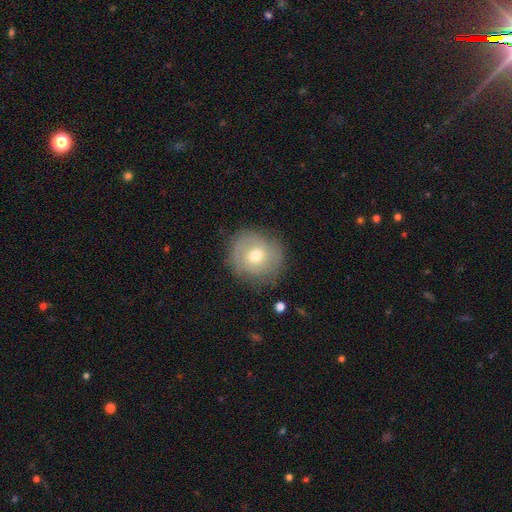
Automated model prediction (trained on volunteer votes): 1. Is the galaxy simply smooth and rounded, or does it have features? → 46% featured or disk, 45% smooth, 9% star or artifact.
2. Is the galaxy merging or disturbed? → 80% none, 14% minor disturbance, 5% major disturbance, 1% merger.